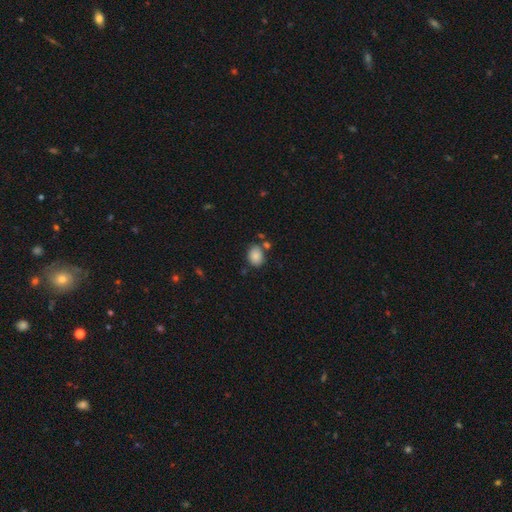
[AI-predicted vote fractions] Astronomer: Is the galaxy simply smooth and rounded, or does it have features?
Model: smooth — 86%.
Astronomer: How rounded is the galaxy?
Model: in between — 66%.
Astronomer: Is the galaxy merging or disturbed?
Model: none — 72%.